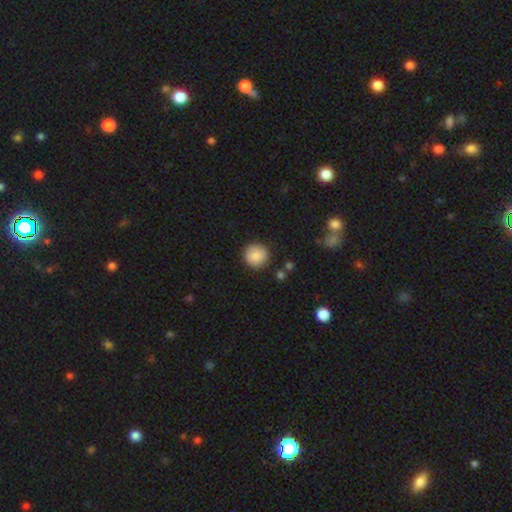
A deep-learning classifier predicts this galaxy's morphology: smooth-or-featured: smooth: 86% | star or artifact: 8% | featured or disk: 7%
  how-rounded: round: 93% | in between: 6% | cigar-shaped: 1%
  merging: none: 87% | minor disturbance: 8% | major disturbance: 2% | merger: 2%